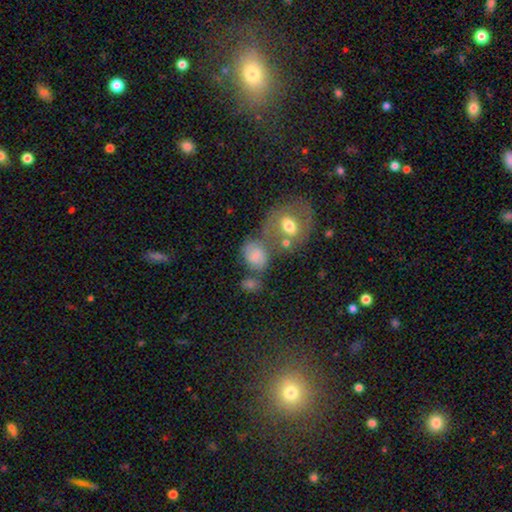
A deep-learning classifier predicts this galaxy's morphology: Q: Smooth or featured?
A: smooth (64%); runner-up: featured or disk (24%)
Q: How rounded?
A: in between (53%); runner-up: round (46%)
Q: Merging?
A: none (38%); runner-up: merger (32%)